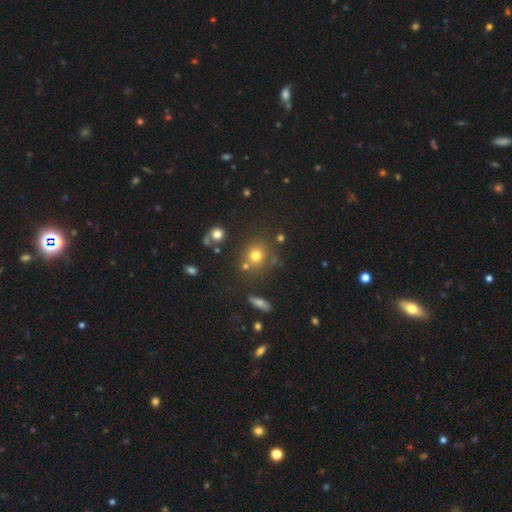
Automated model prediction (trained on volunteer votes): This is likely a smooth galaxy (73%). How rounded: clearly round (83%). Merging: likely none (71%).